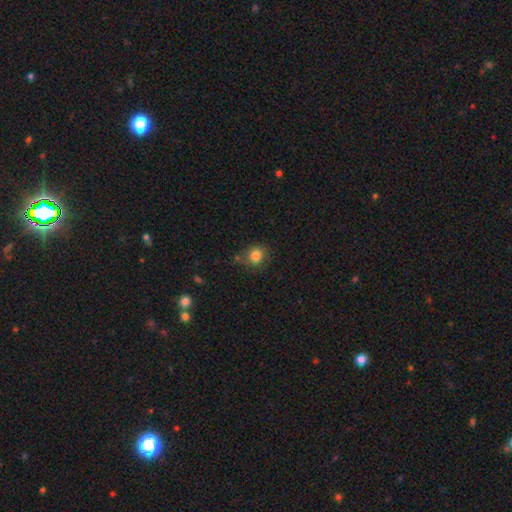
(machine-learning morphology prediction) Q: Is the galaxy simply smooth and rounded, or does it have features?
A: smooth — 82%.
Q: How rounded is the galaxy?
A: round — 76%.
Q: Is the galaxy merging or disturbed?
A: none — 72%.